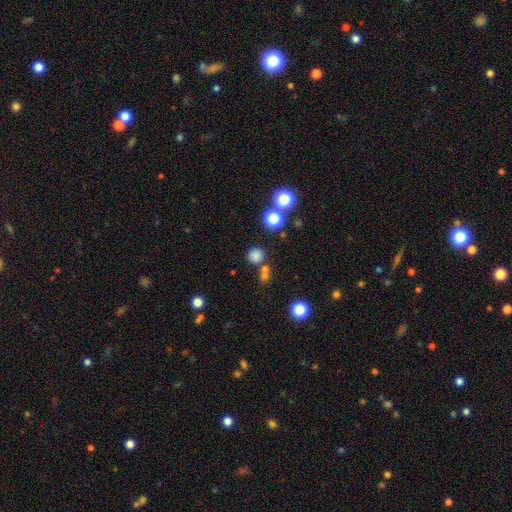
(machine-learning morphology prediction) The model was most divided on "merging": none: 71%, merger: 16%, minor disturbance: 9%, major disturbance: 4%. More confident: how rounded — round (89%); smooth or featured — smooth (76%).